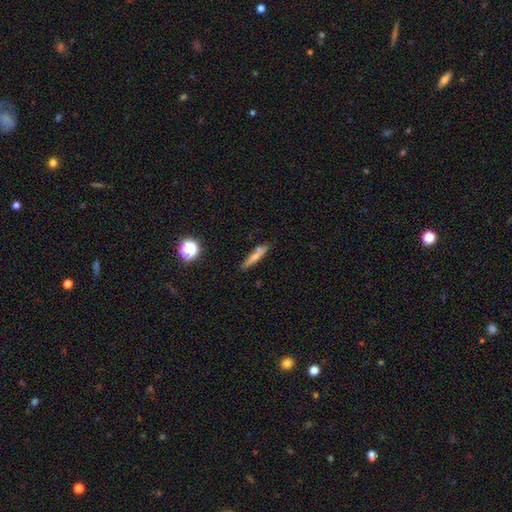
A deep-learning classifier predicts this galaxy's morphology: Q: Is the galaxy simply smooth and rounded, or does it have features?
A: smooth — 72%.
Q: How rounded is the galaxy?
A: cigar-shaped — 88%.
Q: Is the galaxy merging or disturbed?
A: none — 75%.